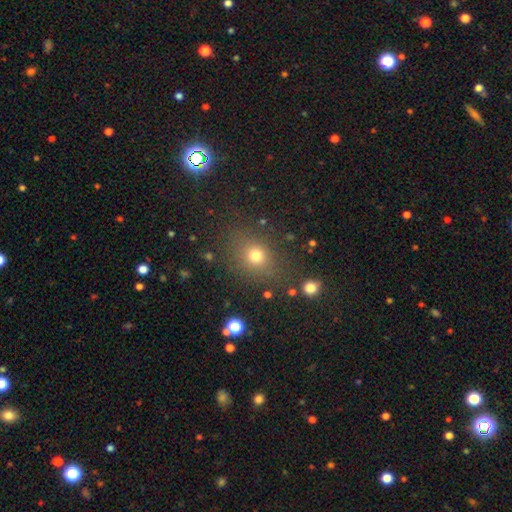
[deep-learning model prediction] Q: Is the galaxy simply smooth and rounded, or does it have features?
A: smooth — 73%.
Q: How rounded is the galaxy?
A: round — 60%.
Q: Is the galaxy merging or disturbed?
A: none — 79%.